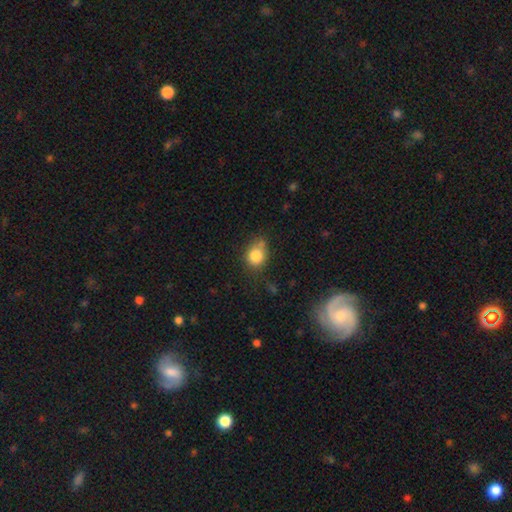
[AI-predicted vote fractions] smooth_or_featured: smooth (p=0.82) [alt: star or artifact p=0.10]
how_rounded: round (p=0.70) [alt: in between p=0.29]
merging: none (p=0.56) [alt: minor disturbance p=0.25]